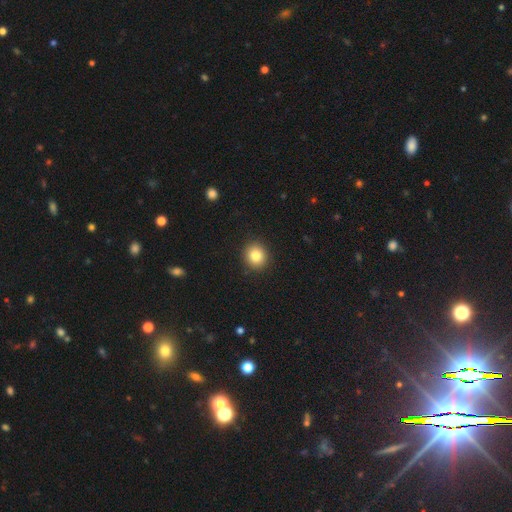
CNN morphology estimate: Smooth or featured? Predicted: smooth (p=0.83). How rounded? Predicted: round (p=0.87). Merging? Predicted: none (p=0.91).